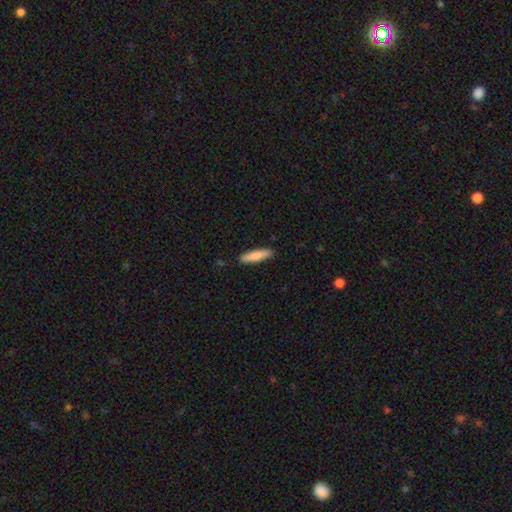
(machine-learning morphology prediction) The model was most divided on "how rounded": cigar-shaped: 79%, in between: 20%, round: 1%. More confident: merging — none (88%); smooth or featured — smooth (82%).